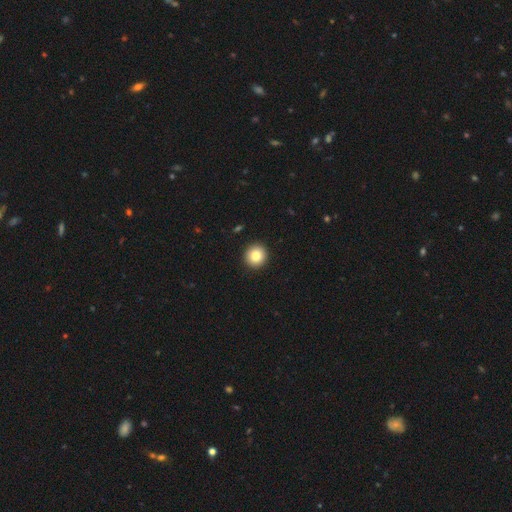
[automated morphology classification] smooth_or_featured: smooth (p=0.84) [alt: star or artifact p=0.09]
how_rounded: round (p=0.93) [alt: in between p=0.06]
merging: none (p=0.93) [alt: minor disturbance p=0.05]